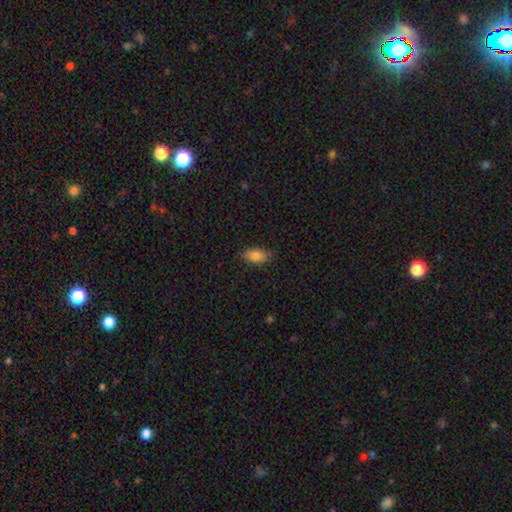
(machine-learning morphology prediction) A smooth galaxy with no disk features (84%) that is in between round and cigar-shaped (91%).

Vote fractions:
- Smooth or featured? smooth: 84% / featured or disk: 8% / star or artifact: 8%
- How rounded? in between: 91% / cigar-shaped: 5% / round: 4%
- Merging? none: 78% / minor disturbance: 18% / major disturbance: 3% / merger: 1%